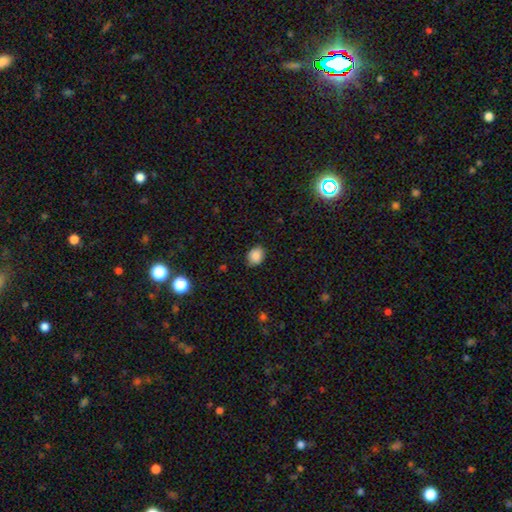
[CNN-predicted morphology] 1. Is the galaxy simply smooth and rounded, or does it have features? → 86% smooth, 9% star or artifact, 5% featured or disk.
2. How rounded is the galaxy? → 51% round, 48% in between, 1% cigar-shaped.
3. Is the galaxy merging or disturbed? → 79% none, 17% minor disturbance, 3% major disturbance, 1% merger.